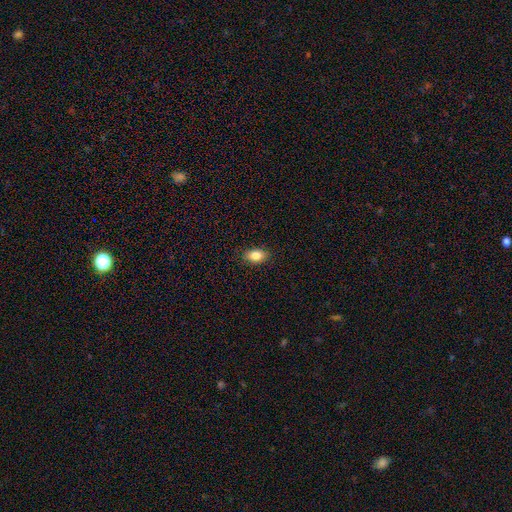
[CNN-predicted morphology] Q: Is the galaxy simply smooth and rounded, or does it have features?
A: smooth — 84%.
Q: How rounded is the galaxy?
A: in between — 84%.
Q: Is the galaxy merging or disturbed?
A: none — 88%.